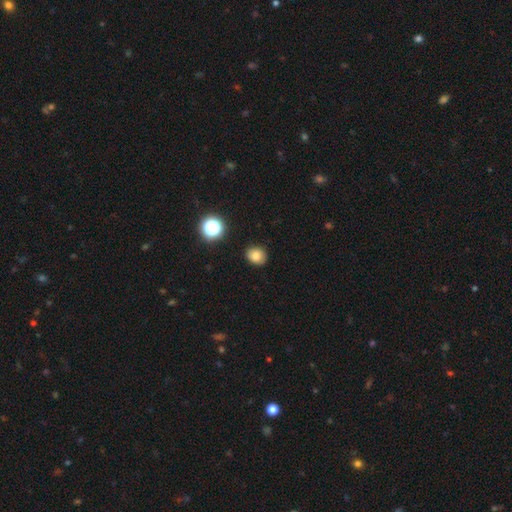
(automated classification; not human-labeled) smooth_or_featured: smooth (p=0.81) [alt: star or artifact p=0.13]
how_rounded: round (p=0.65) [alt: in between p=0.34]
merging: none (p=0.87) [alt: minor disturbance p=0.09]